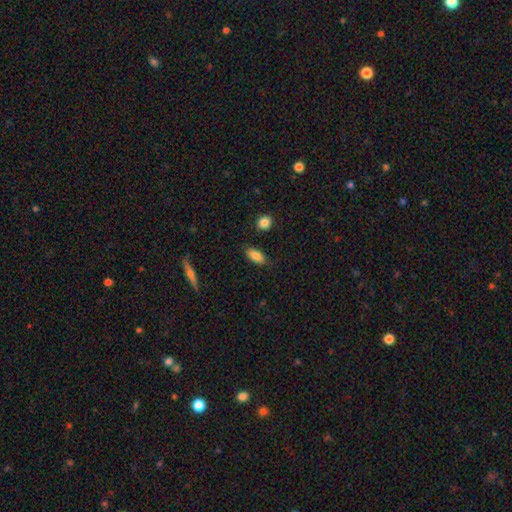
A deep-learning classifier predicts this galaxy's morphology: type=smooth (86%); roundness=in between (86%); merging=none (84%).